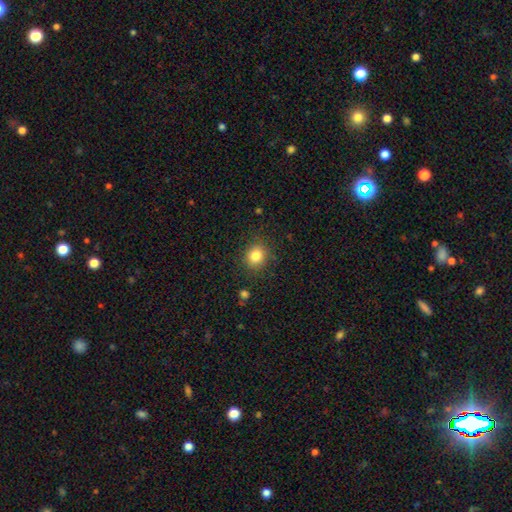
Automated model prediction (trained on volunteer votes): Q: Smooth or featured?
A: smooth (82%); runner-up: star or artifact (11%)
Q: How rounded?
A: round (79%); runner-up: in between (20%)
Q: Merging?
A: none (86%); runner-up: minor disturbance (9%)